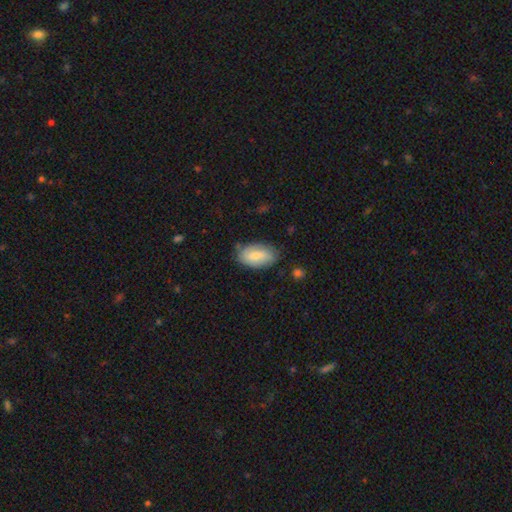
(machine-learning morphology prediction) A smooth galaxy with no disk features (71%) that is in between round and cigar-shaped (93%).

Vote fractions:
- Smooth or featured? smooth: 71% / featured or disk: 23% / star or artifact: 6%
- How rounded? in between: 93% / round: 3% / cigar-shaped: 3%
- Merging? none: 72% / minor disturbance: 22% / major disturbance: 4% / merger: 2%